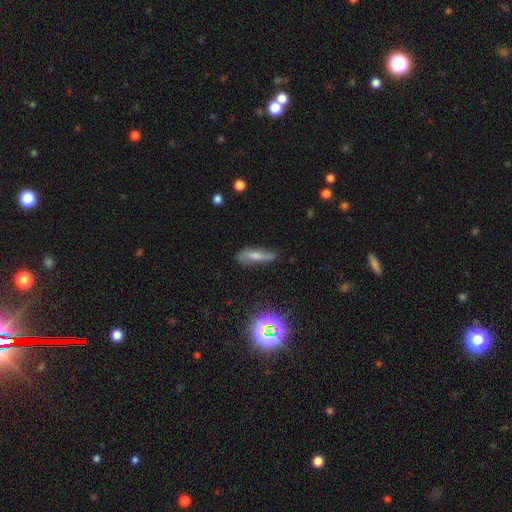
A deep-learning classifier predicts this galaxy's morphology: Q: Smooth or featured?
A: smooth (60%); runner-up: featured or disk (28%)
Q: How rounded?
A: cigar-shaped (59%); runner-up: in between (37%)
Q: Merging?
A: none (68%); runner-up: minor disturbance (23%)